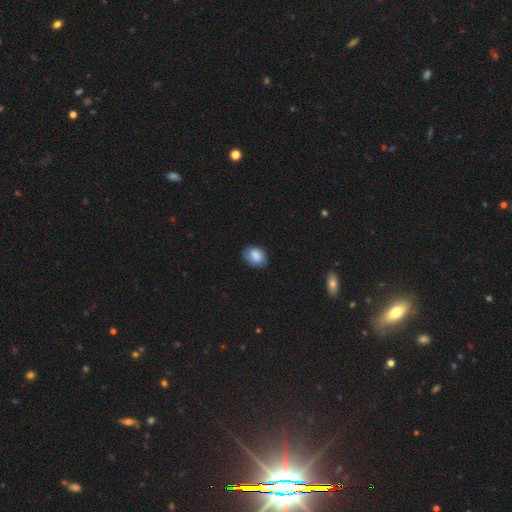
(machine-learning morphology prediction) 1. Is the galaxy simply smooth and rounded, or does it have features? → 83% smooth, 10% featured or disk, 7% star or artifact.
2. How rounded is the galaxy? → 67% in between, 32% round, 1% cigar-shaped.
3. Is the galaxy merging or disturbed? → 77% none, 19% minor disturbance, 3% major disturbance, 1% merger.